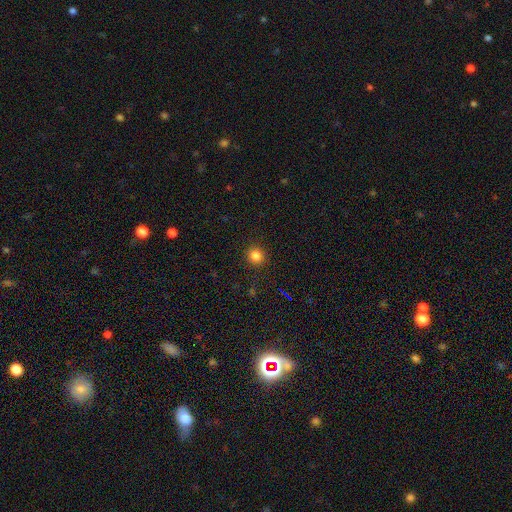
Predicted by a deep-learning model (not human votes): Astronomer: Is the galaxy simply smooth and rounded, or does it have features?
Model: smooth — 83%.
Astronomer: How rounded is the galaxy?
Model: round — 91%.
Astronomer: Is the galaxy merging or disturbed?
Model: none — 91%.